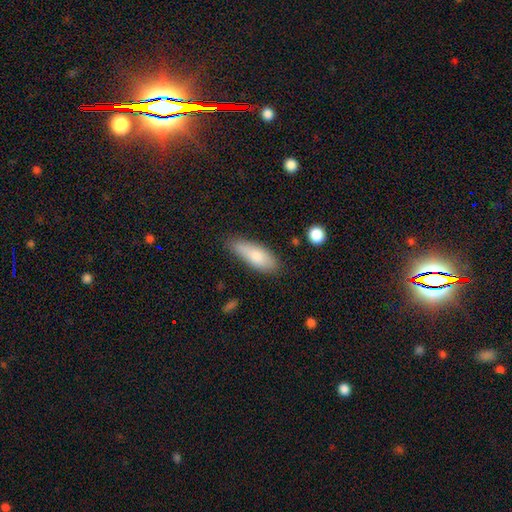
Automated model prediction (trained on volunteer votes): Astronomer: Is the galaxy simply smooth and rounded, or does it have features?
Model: smooth — 81%.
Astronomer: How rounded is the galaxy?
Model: in between — 64%.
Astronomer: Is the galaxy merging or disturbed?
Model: none — 70%.